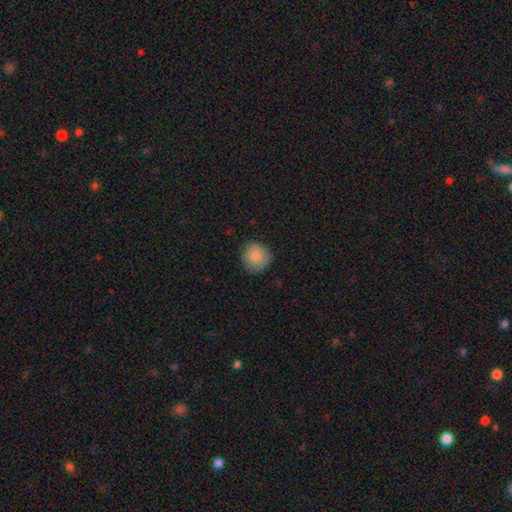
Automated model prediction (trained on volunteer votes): The model was most divided on "merging": none: 86%, minor disturbance: 11%, major disturbance: 2%, merger: 1%. More confident: how rounded — round (92%); smooth or featured — smooth (87%).